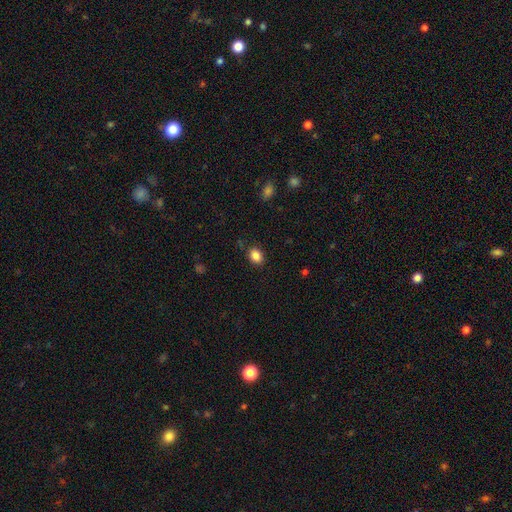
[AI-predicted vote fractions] Morphology: type=smooth (86%); roundness=in between (62%); merging=none (84%).